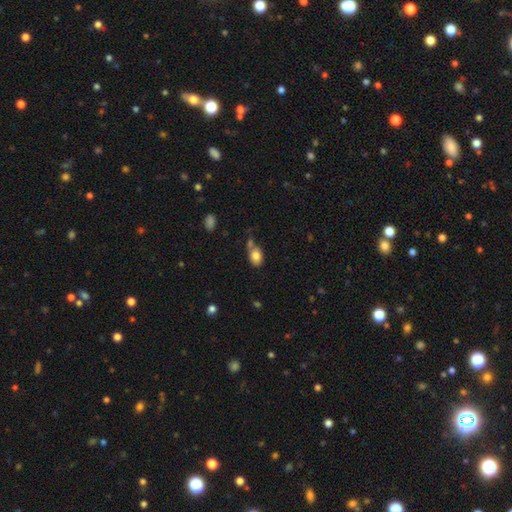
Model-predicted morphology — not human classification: The model was most divided on "merging": none: 53%, minor disturbance: 21%, merger: 20%, major disturbance: 7%. More confident: smooth or featured — smooth (83%); how rounded — in between (82%).